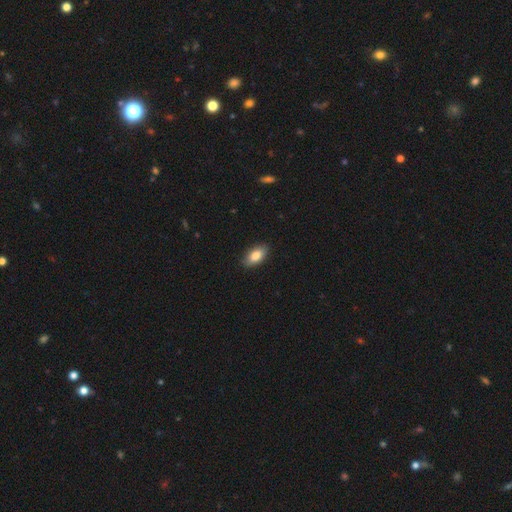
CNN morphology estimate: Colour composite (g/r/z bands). It shows a smooth galaxy with no disk features (83%) that is in between round and cigar-shaped (91%). Merging: none (87%).